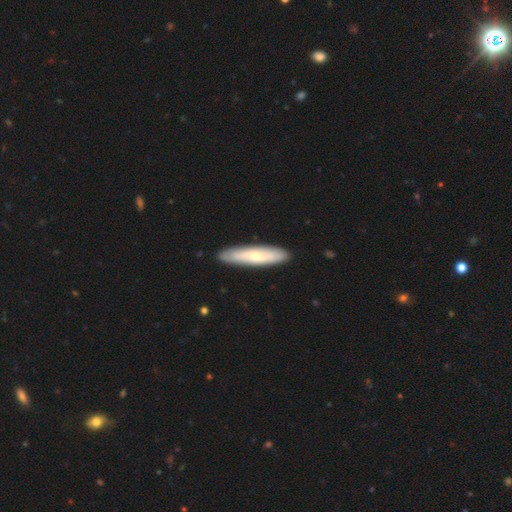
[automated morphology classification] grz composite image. It shows a smooth galaxy with no disk features (58%) that is cigar-shaped (82%). Merging: none (90%).